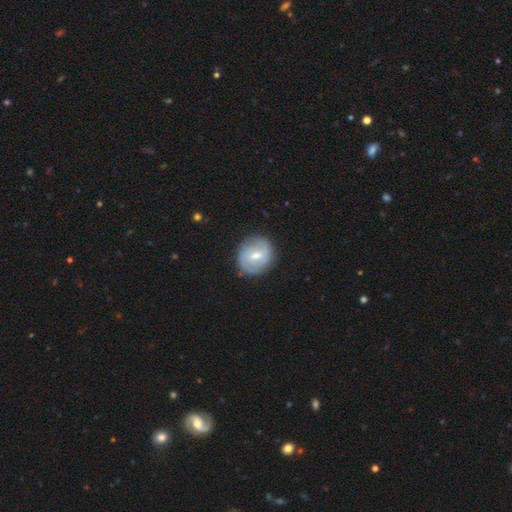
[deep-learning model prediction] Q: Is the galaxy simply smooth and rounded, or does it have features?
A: featured or disk — 52%.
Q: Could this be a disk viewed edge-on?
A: no — 96%.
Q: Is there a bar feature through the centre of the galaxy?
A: weak — 61%.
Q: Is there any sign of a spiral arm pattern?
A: yes — 64%.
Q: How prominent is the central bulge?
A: moderate — 62%.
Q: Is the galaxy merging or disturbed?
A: none — 77%.